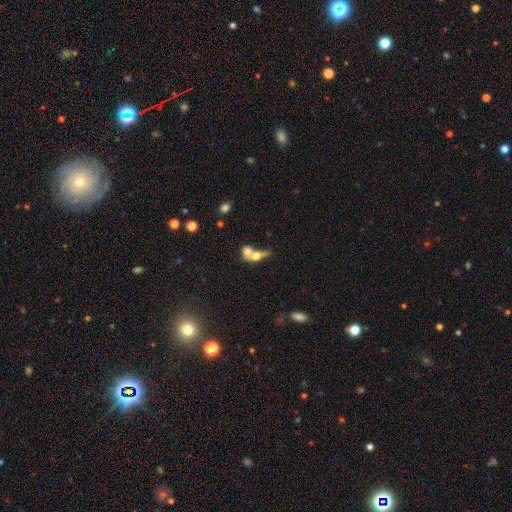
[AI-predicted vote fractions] Overall: smooth (57%; featured or disk 33%). How rounded: in between (47%; round 39%). Merging: merger (67%).